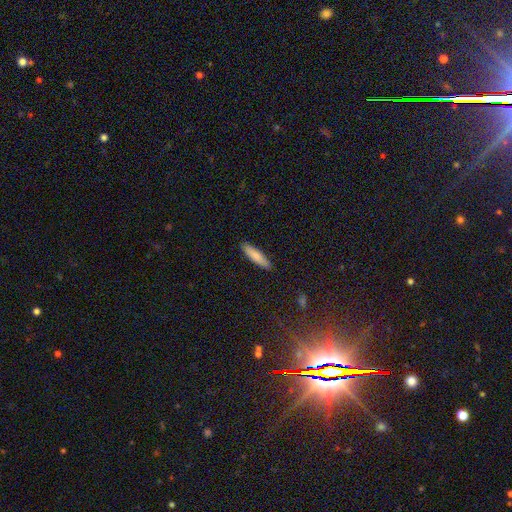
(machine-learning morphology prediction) Smooth or featured?
  - smooth: 83% *
  - featured or disk: 11%
  - star or artifact: 6%
How rounded?
  - cigar-shaped: 79% *
  - in between: 20%
  - round: 1%
Merging?
  - none: 91% *
  - minor disturbance: 7%
  - major disturbance: 2%
  - merger: 1%